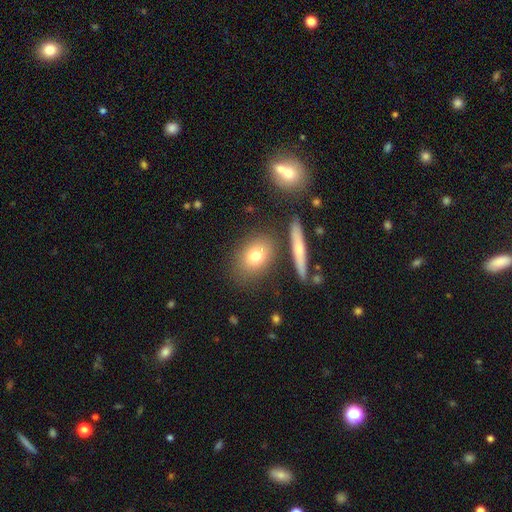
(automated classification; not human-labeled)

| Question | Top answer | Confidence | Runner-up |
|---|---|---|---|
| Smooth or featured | smooth | 73% | featured or disk (17%) |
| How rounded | in between | 54% | round (41%) |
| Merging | none | 77% | minor disturbance (11%) |